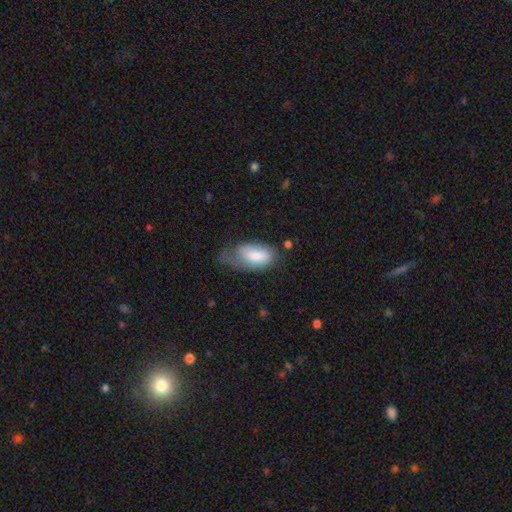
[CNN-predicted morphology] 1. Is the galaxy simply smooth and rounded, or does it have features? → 75% smooth, 19% featured or disk, 6% star or artifact.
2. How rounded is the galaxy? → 93% in between, 4% round, 3% cigar-shaped.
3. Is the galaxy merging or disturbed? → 38% minor disturbance, 30% major disturbance, 29% none, 3% merger.